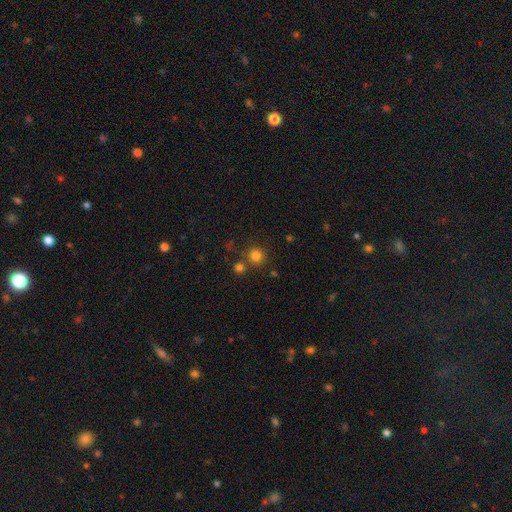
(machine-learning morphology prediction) Q: Smooth or featured?
A: smooth (79%); runner-up: star or artifact (15%)
Q: How rounded?
A: round (93%); runner-up: in between (6%)
Q: Merging?
A: none (76%); runner-up: merger (14%)